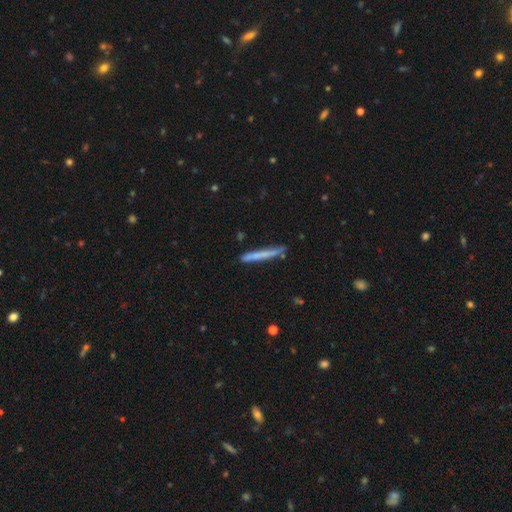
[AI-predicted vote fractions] A smooth galaxy with no disk features (61%) that is cigar-shaped (97%). Merging: none (85%).